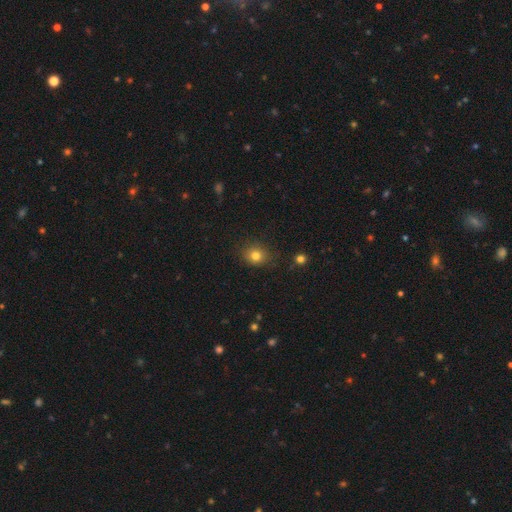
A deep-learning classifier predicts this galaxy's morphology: Q: Smooth or featured?
A: smooth (79%); runner-up: star or artifact (13%)
Q: How rounded?
A: round (72%); runner-up: in between (27%)
Q: Merging?
A: none (85%); runner-up: minor disturbance (10%)